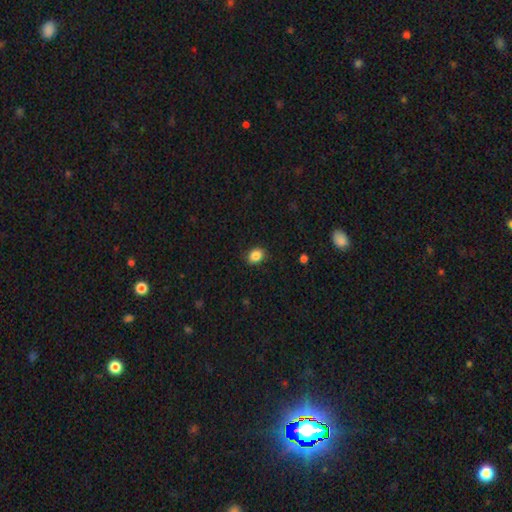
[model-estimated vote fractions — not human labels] smooth-or-featured: smooth: 86% | star or artifact: 10% | featured or disk: 4%
  how-rounded: in between: 59% | round: 40% | cigar-shaped: 1%
  merging: none: 86% | minor disturbance: 11% | major disturbance: 2% | merger: 1%